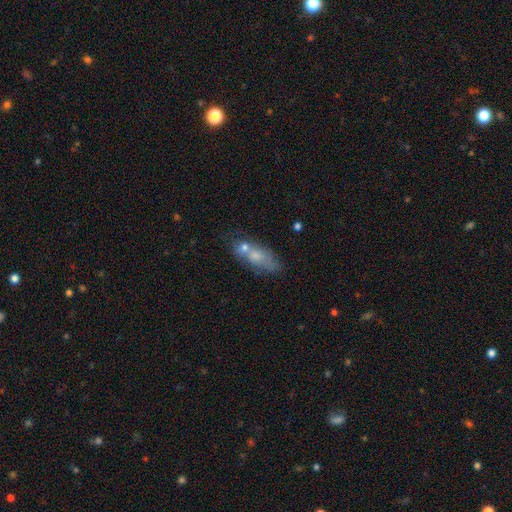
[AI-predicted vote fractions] Smooth or featured: smooth — 61% (featured or disk — 28%)
How rounded: in between — 69% (cigar-shaped — 23%)
Merging: none — 42% (merger — 30%)